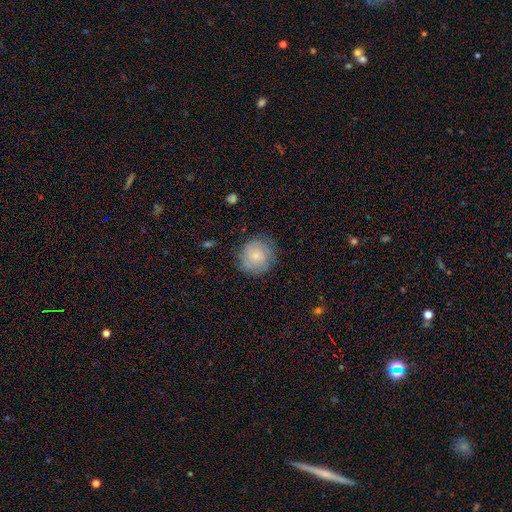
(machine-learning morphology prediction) smooth-or-featured: smooth: 70% | featured or disk: 22% | star or artifact: 8%
  how-rounded: round: 89% | in between: 10% | cigar-shaped: 1%
  merging: none: 79% | minor disturbance: 15% | major disturbance: 5% | merger: 1%